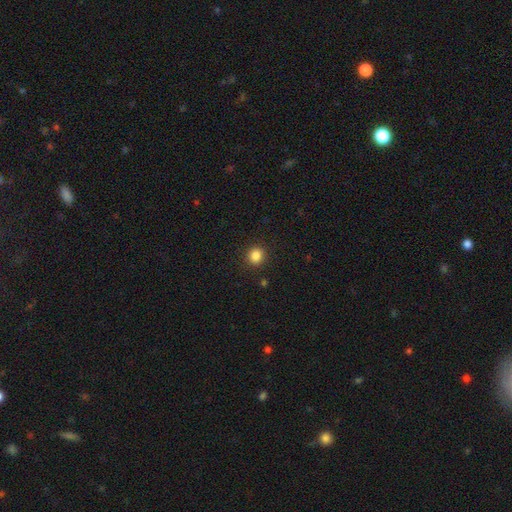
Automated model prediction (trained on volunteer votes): Morphology: type=smooth (85%); roundness=round (89%); merging=none (91%).